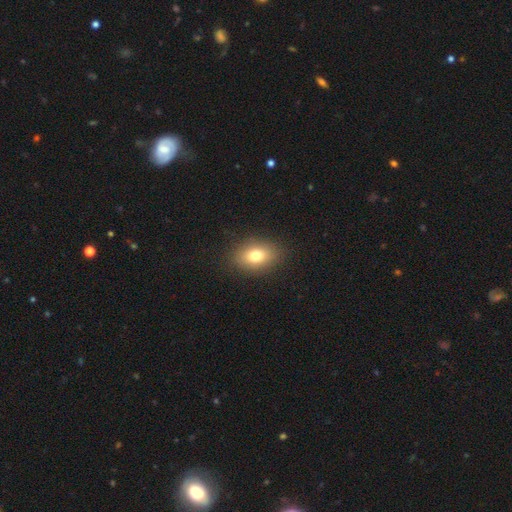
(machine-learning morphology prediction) Smooth or featured?
  - smooth: 77% *
  - featured or disk: 12%
  - star or artifact: 11%
How rounded?
  - in between: 77% *
  - round: 21%
  - cigar-shaped: 2%
Merging?
  - none: 86% *
  - minor disturbance: 9%
  - major disturbance: 3%
  - merger: 1%